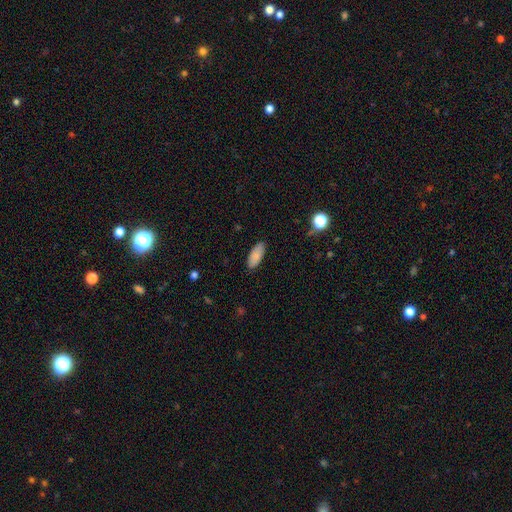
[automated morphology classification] Smooth or featured: smooth — 86% (star or artifact — 7%)
How rounded: in between — 84% (cigar-shaped — 14%)
Merging: none — 87% (minor disturbance — 10%)